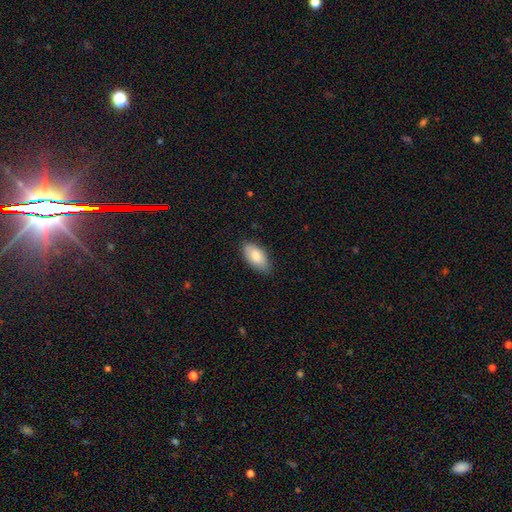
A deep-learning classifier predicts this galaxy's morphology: Overall: smooth (82%). How rounded: in between (93%). Merging: none (81%).